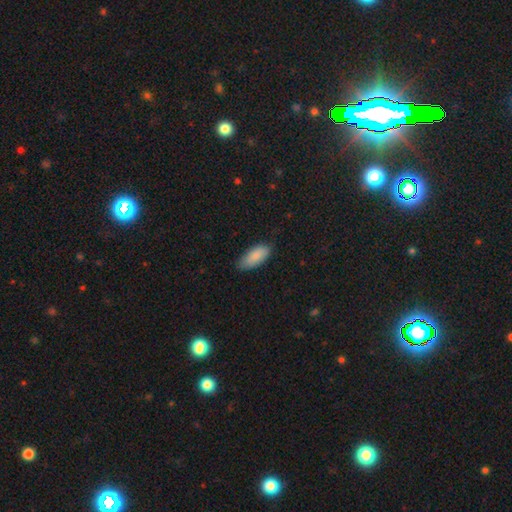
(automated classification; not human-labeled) Morphology: type=smooth (88%); roundness=in between (84%); merging=none (77%).